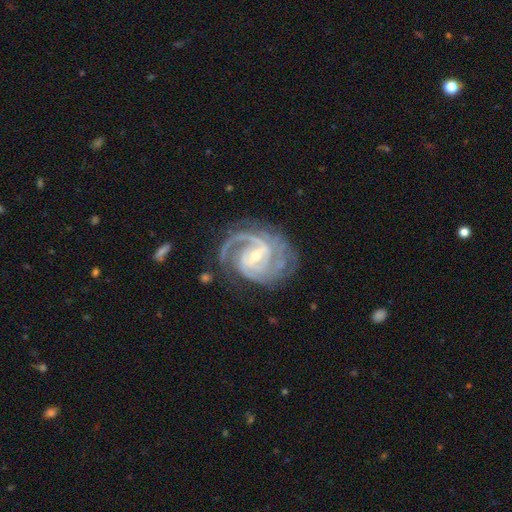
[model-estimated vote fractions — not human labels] This appears to be a featured or disk galaxy (92%) with a weak bar (50%), 2 (42%) tight (56%) spiral arms (98%) and a small central bulge (62%). Merging: none (68%).